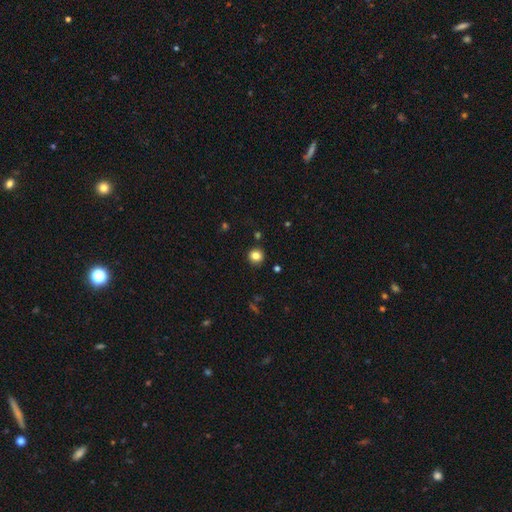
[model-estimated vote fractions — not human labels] Smooth or featured? Predicted: smooth (p=0.83). How rounded? Predicted: round (p=0.92). Merging? Predicted: none (p=0.90).